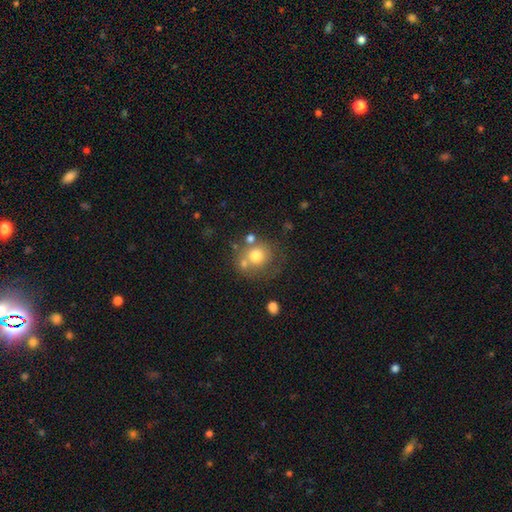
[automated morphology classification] The model was most divided on "merging": none: 55%, merger: 19%, minor disturbance: 16%, major disturbance: 10%. More confident: how rounded — round (83%); smooth or featured — smooth (70%).